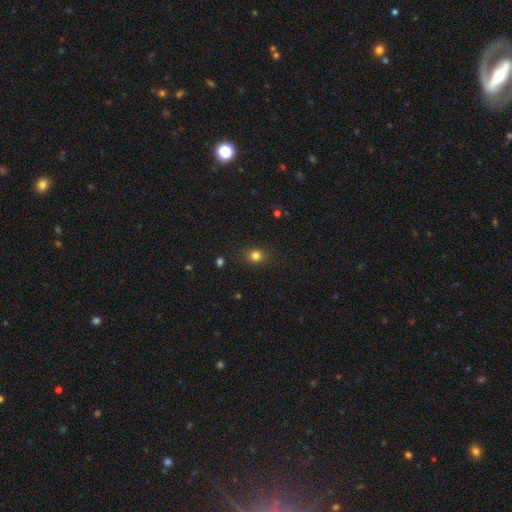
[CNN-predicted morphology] smooth-or-featured: smooth: 80% | star or artifact: 14% | featured or disk: 6%
  how-rounded: round: 69% | in between: 30% | cigar-shaped: 1%
  merging: none: 86% | minor disturbance: 10% | major disturbance: 3% | merger: 1%